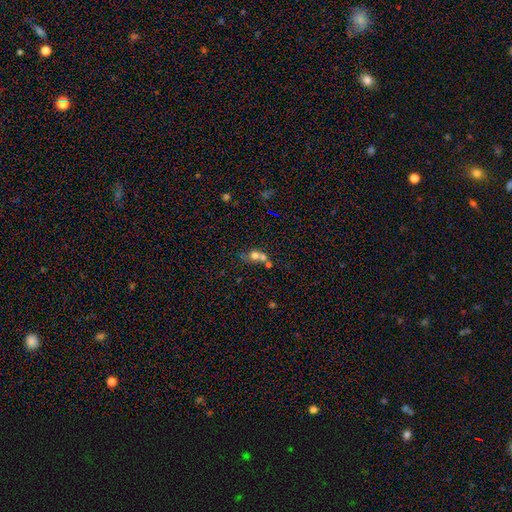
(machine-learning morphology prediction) smooth_or_featured: smooth (p=0.64) [alt: featured or disk p=0.21]
how_rounded: round (p=0.65) [alt: in between p=0.33]
merging: merger (p=0.60) [alt: none p=0.27]